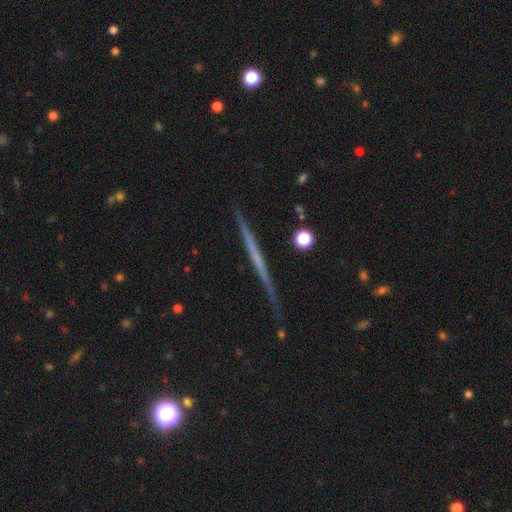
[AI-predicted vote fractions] smooth_or_featured: featured or disk (p=0.64) [alt: smooth p=0.28]
disk_edge_on: yes (p=0.97) [alt: no p=0.03]
edge_on_bulge: none (p=0.86) [alt: rounded p=0.09]
merging: none (p=0.88) [alt: minor disturbance p=0.09]